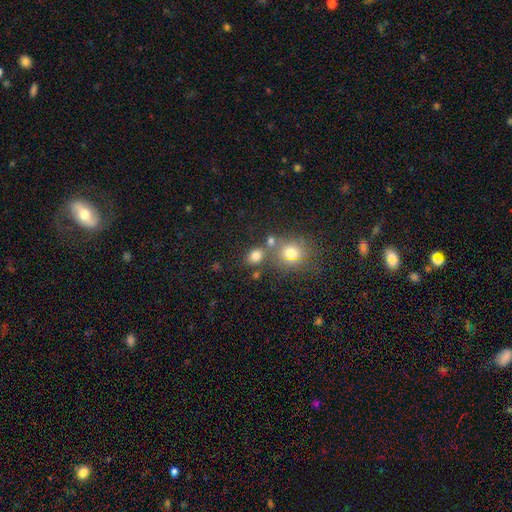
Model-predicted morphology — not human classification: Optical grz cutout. It shows a smooth galaxy with no disk features (78%) that is round (52%). Merging: none (61%).